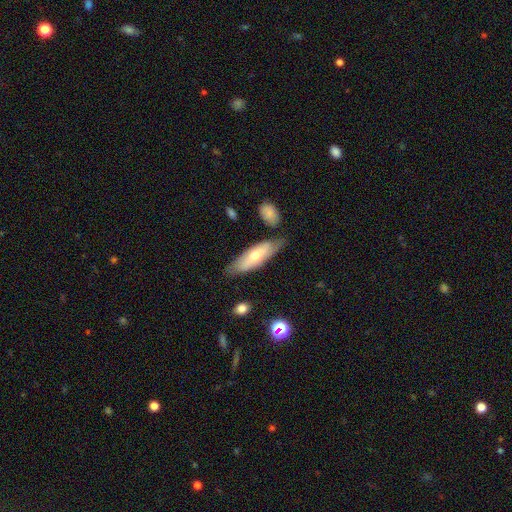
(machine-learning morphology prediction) smooth_or_featured: smooth (p=0.54) [alt: featured or disk p=0.39]
how_rounded: in between (p=0.54) [alt: cigar-shaped p=0.44]
merging: none (p=0.69) [alt: minor disturbance p=0.21]